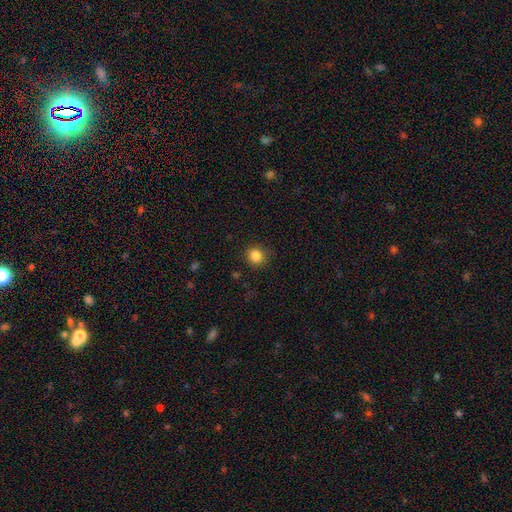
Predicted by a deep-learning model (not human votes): Smooth or featured? Predicted: smooth (p=0.85). How rounded? Predicted: round (p=0.89). Merging? Predicted: none (p=0.87).